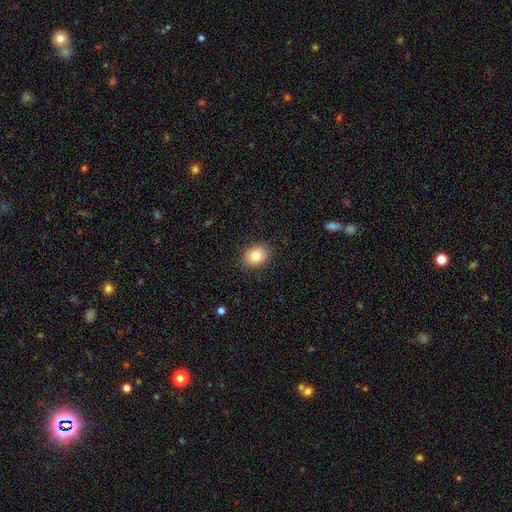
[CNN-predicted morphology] Overall: smooth (82%). How rounded: round (52%; in between 48%). Merging: none (88%).